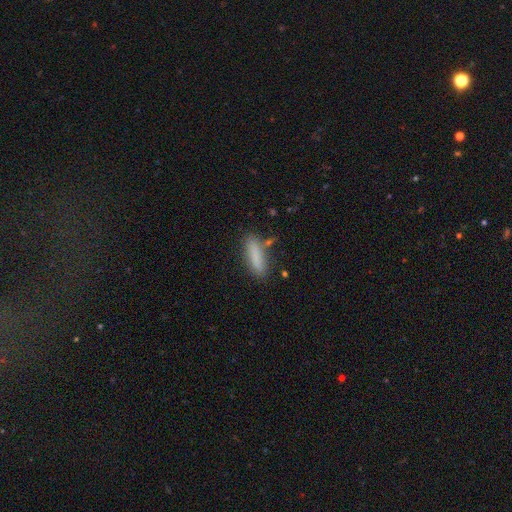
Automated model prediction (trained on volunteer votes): A smooth galaxy with no disk features (83%) that is cigar-shaped (65%).

Vote fractions:
- Smooth or featured? smooth: 83% / featured or disk: 10% / star or artifact: 8%
- How rounded? cigar-shaped: 65% / in between: 33% / round: 2%
- Merging? none: 78% / minor disturbance: 14% / merger: 4% / major disturbance: 4%